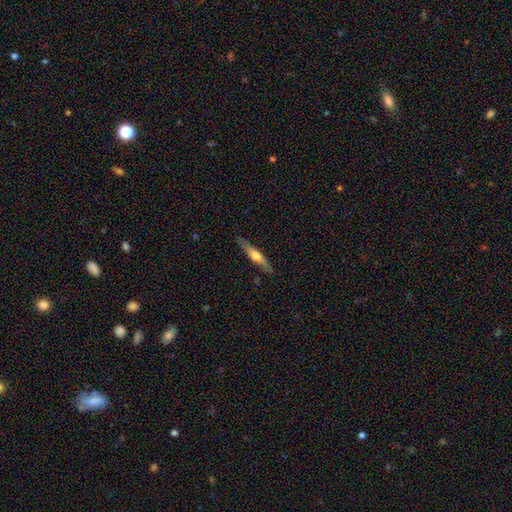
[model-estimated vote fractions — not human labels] A featured or disk galaxy (57%) viewed edge-on (94%) with a rounded central bulge (88%). Merging: none (85%).